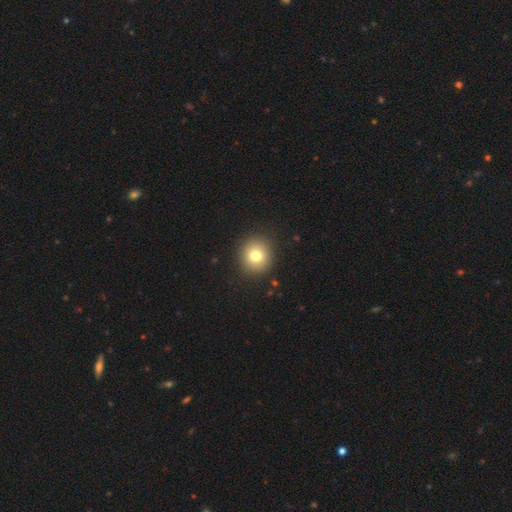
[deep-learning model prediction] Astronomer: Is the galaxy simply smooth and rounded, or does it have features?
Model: smooth — 78%.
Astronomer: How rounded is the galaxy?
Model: round — 87%.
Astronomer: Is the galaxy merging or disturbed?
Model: none — 90%.